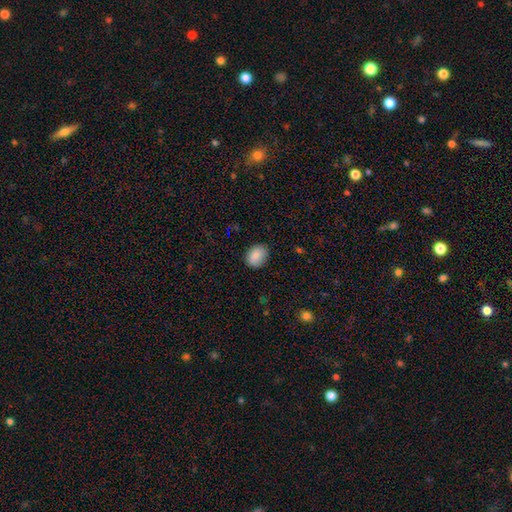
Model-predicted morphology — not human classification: type=smooth (88%); roundness=in between (64%); merging=none (83%).